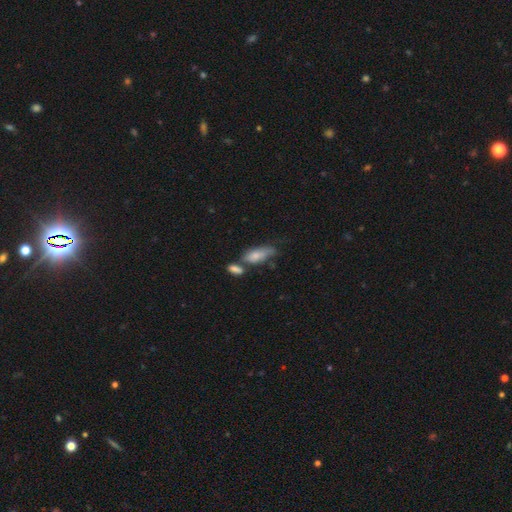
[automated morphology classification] smooth_or_featured: smooth (p=0.68) [alt: featured or disk p=0.22]
how_rounded: in between (p=0.70) [alt: cigar-shaped p=0.26]
merging: none (p=0.35) [tied with: merger p=0.35]